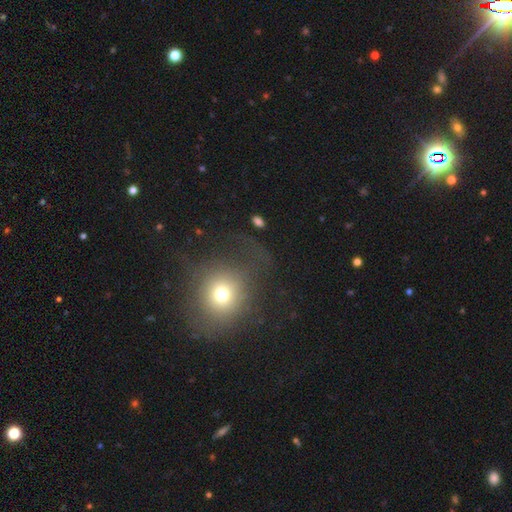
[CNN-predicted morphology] A smooth galaxy with no disk features (60%) that is round (83%). Merging: none (65%).